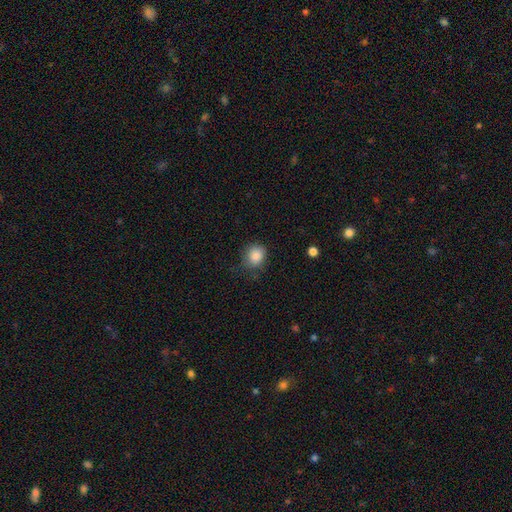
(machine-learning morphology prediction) Smooth or featured: smooth — 87% (star or artifact — 9%)
How rounded: round — 75% (in between — 24%)
Merging: none — 72% (minor disturbance — 21%)